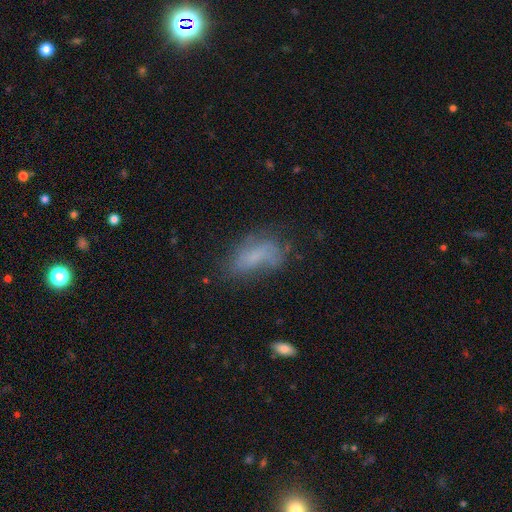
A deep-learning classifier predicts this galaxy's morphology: smooth_or_featured: smooth (p=0.61) [alt: featured or disk p=0.27]
how_rounded: in between (p=0.84) [alt: cigar-shaped p=0.11]
merging: none (p=0.46) [alt: minor disturbance p=0.29]